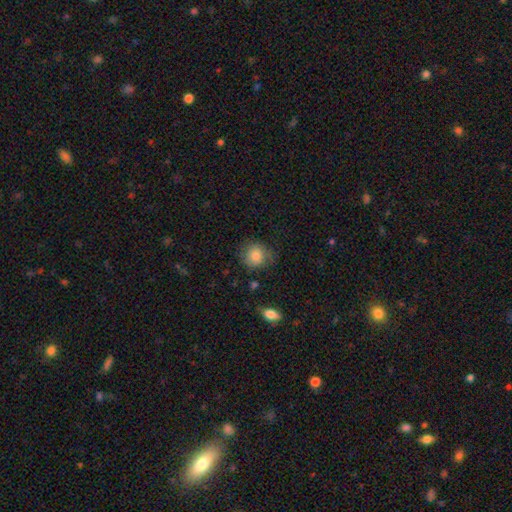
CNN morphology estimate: Smooth or featured? Predicted: smooth (p=0.82). How rounded? Predicted: round (p=0.85). Merging? Predicted: none (p=0.72).